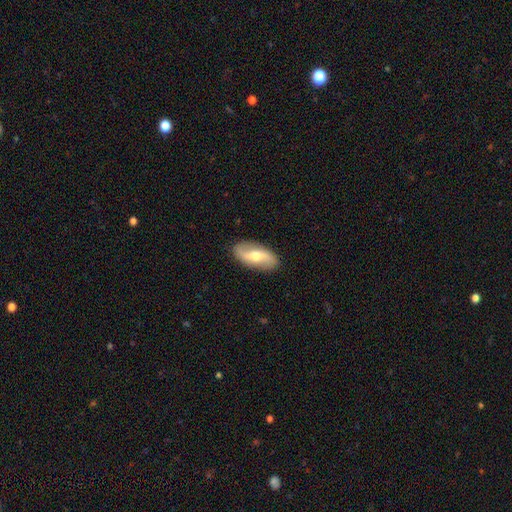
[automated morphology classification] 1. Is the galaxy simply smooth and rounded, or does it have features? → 70% featured or disk, 24% smooth, 5% star or artifact.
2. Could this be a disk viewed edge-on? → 92% no, 8% yes.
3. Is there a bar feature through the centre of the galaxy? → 40% weak, 37% no, 22% strong.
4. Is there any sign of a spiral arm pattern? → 89% yes, 11% no.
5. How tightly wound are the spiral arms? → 75% loose, 18% medium, 7% tight.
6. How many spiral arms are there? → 92% 2, 3% can't tell, 2% 1, 1% 3, 1% 4, 1% more than 4.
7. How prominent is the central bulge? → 63% moderate, 29% small, 4% large, 2% none, 1% dominant.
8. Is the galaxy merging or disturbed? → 87% none, 9% minor disturbance, 2% major disturbance, 1% merger.